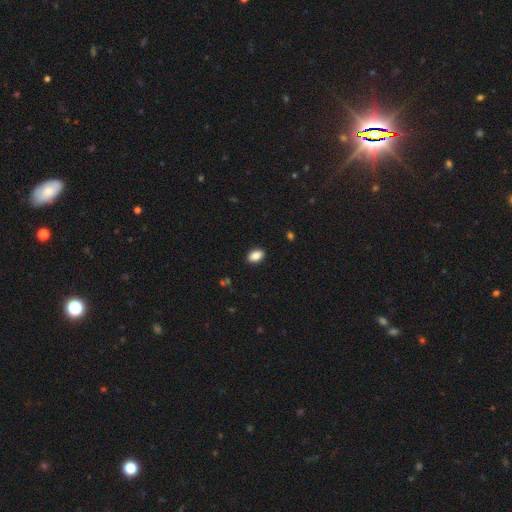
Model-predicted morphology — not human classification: A smooth galaxy with no disk features (87%) that is in between round and cigar-shaped (86%).

Vote fractions:
- Smooth or featured? smooth: 87% / star or artifact: 8% / featured or disk: 5%
- How rounded? in between: 86% / round: 12% / cigar-shaped: 2%
- Merging? none: 90% / minor disturbance: 7% / major disturbance: 2% / merger: 1%